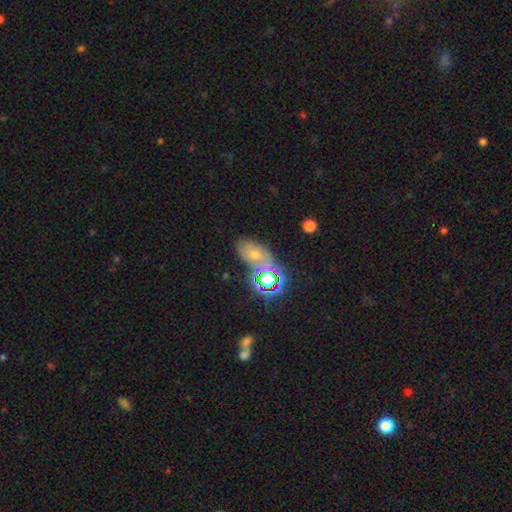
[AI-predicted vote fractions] A smooth galaxy with no disk features (46%). Merging: none (63%).